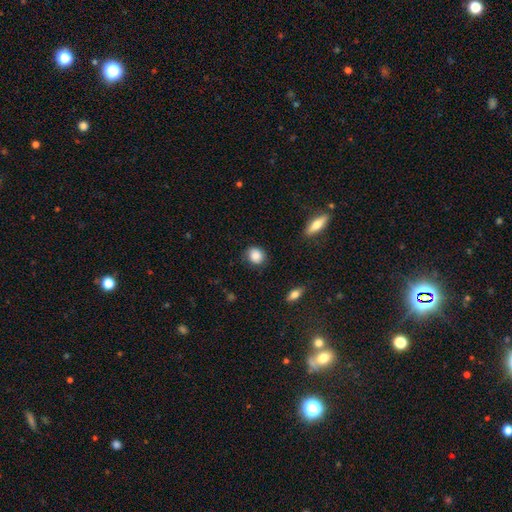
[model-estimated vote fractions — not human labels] Q: Smooth or featured?
A: smooth (86%); runner-up: star or artifact (8%)
Q: How rounded?
A: round (72%); runner-up: in between (27%)
Q: Merging?
A: none (79%); runner-up: minor disturbance (16%)